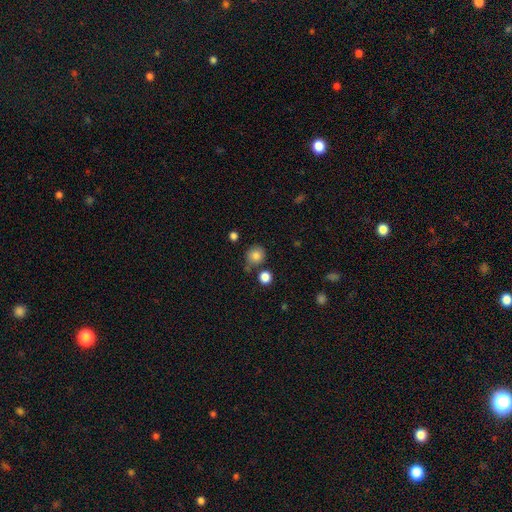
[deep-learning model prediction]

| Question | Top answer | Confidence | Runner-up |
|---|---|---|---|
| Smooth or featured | smooth | 82% | star or artifact (11%) |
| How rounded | round | 88% | in between (11%) |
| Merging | none | 71% | minor disturbance (15%) |